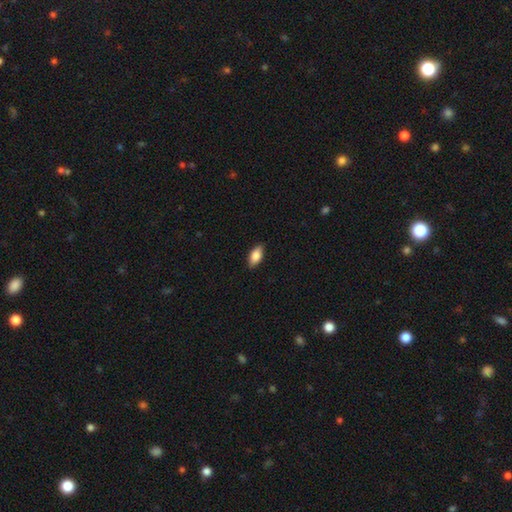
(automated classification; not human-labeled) smooth_or_featured: smooth (p=0.83) [alt: featured or disk p=0.11]
how_rounded: in between (p=0.88) [alt: cigar-shaped p=0.09]
merging: none (p=0.88) [alt: minor disturbance p=0.09]